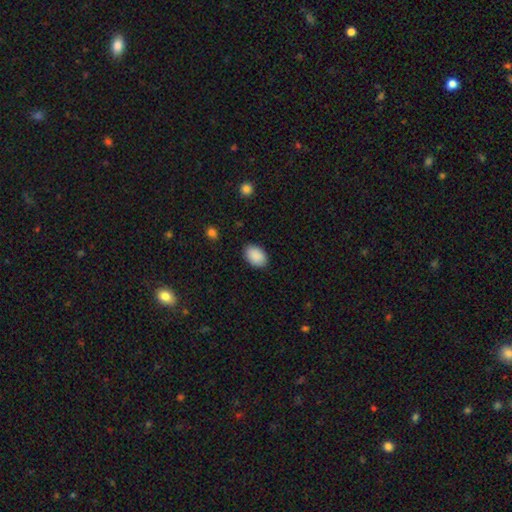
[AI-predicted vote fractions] smooth-or-featured: smooth: 91% | star or artifact: 7% | featured or disk: 3%
  how-rounded: in between: 87% | round: 12% | cigar-shaped: 1%
  merging: none: 87% | minor disturbance: 9% | major disturbance: 2% | merger: 1%